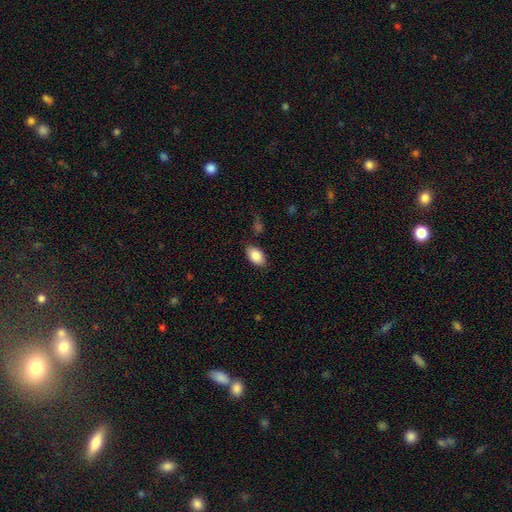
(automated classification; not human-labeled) The model was most divided on "merging": none: 84%, minor disturbance: 11%, major disturbance: 3%, merger: 2%. More confident: how rounded — in between (92%); smooth or featured — smooth (86%).